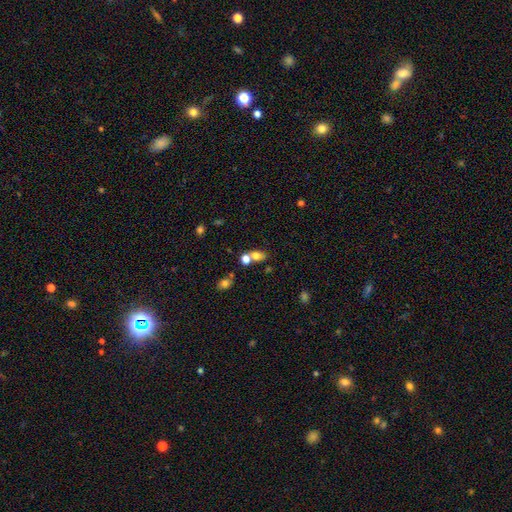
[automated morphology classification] Overall: smooth (74%). How rounded: in between (74%). Merging: none (46%; merger 39%).